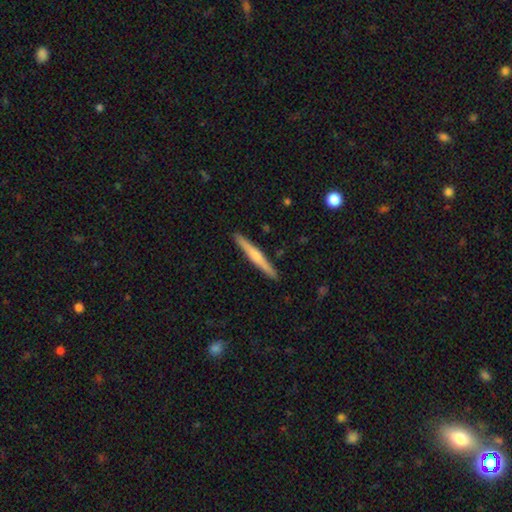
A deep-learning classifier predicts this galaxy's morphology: Smooth or featured? Predicted: featured or disk (p=0.52). Edge-on disk? Predicted: yes (p=0.98). Edge-on bulge? Predicted: rounded (p=0.68). Merging? Predicted: none (p=0.91).